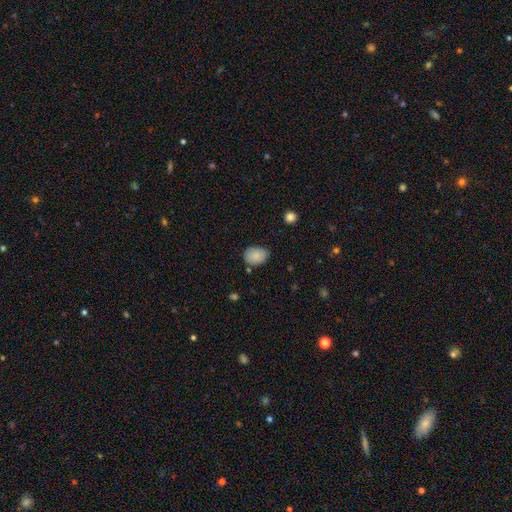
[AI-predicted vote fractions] Overall: smooth (87%). How rounded: in between (75%). Merging: none (74%).